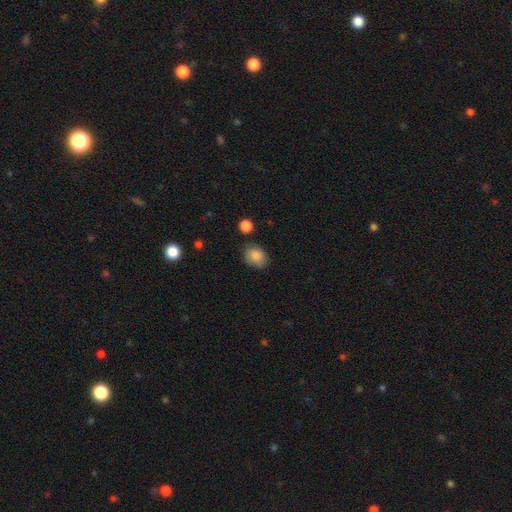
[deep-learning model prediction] This is clearly a smooth galaxy (85%). How rounded: possibly in between (56%). Merging: likely none (70%).